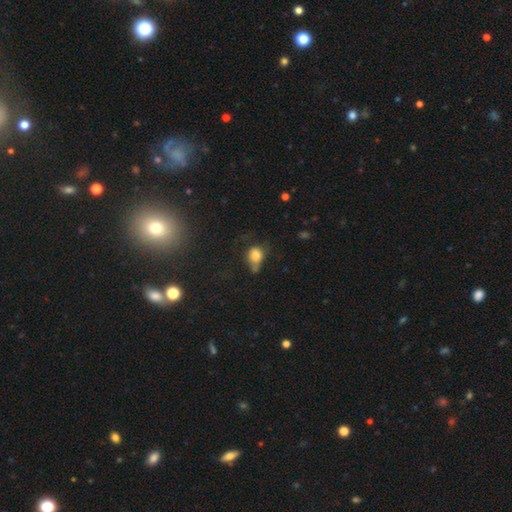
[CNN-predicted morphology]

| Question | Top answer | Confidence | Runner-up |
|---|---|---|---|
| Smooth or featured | smooth | 77% | featured or disk (12%) |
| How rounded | round | 50% | in between (48%) |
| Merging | none | 36% | minor disturbance (32%) |